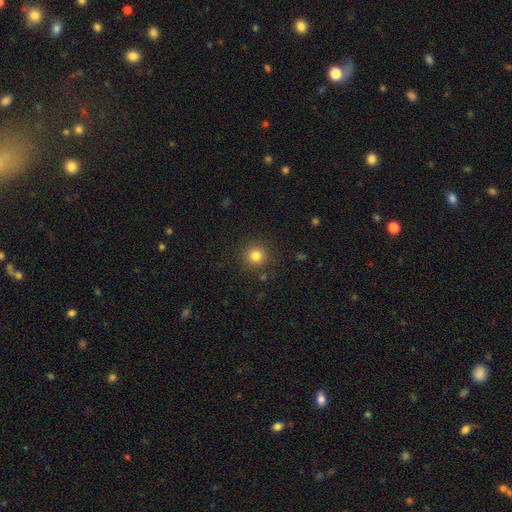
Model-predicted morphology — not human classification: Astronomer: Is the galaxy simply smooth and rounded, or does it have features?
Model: smooth — 82%.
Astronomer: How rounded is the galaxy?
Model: round — 94%.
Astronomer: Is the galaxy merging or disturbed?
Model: none — 88%.